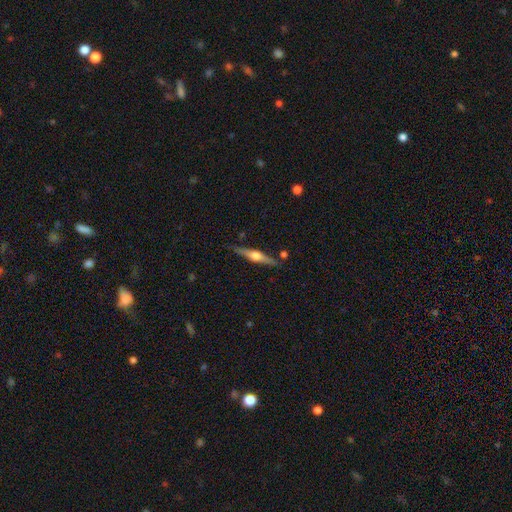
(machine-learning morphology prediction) Overall: featured or disk (72%). Edge-on disk: yes (97%). Edge-on bulge: rounded (92%). Merging: none (84%).